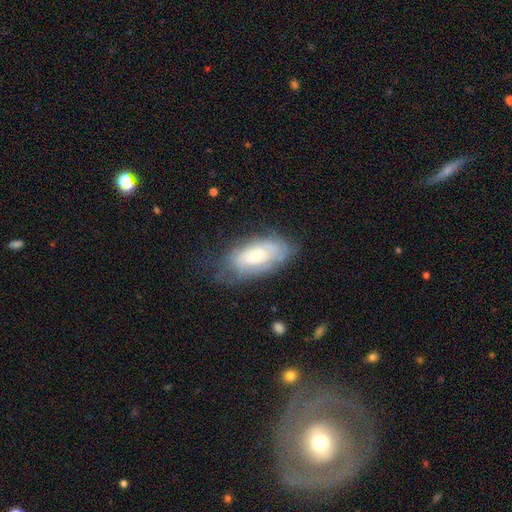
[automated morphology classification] smooth-or-featured: featured or disk: 58% | smooth: 35% | star or artifact: 7%
  disk-edge-on: no: 91% | yes: 9%
    bar: no: 73% | weak: 22% | strong: 4%
    has-spiral-arms: yes: 77% | no: 23%
    bulge-size: moderate: 43% (tied) | small: 43% (tied) | large: 10% | none: 3% | dominant: 2%
  merging: none: 63% | minor disturbance: 25% | major disturbance: 11% | merger: 2%